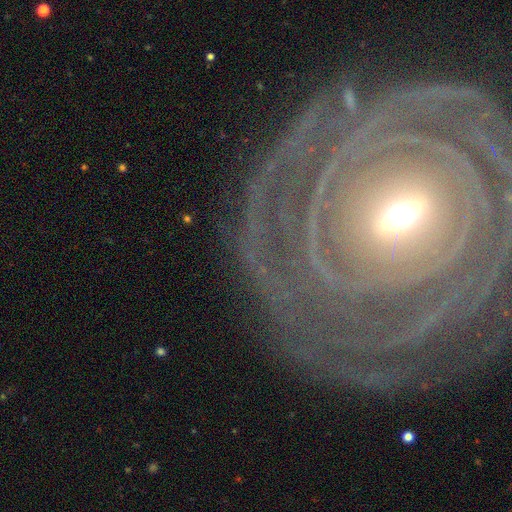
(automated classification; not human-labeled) Q: Smooth or featured?
A: featured or disk (87%); runner-up: smooth (7%)
Q: Edge-on disk?
A: no (95%); runner-up: yes (5%)
Q: Bar?
A: strong (36%); runner-up: weak (33%)
Q: Spiral arms?
A: yes (92%); runner-up: no (8%)
Q: Spiral winding?
A: tight (87%); runner-up: medium (10%)
Q: Spiral arm count?
A: can't tell (31%); runner-up: more than 4 (21%)
Q: Bulge size?
A: moderate (56%); runner-up: small (35%)
Q: Merging?
A: none (79%); runner-up: minor disturbance (12%)